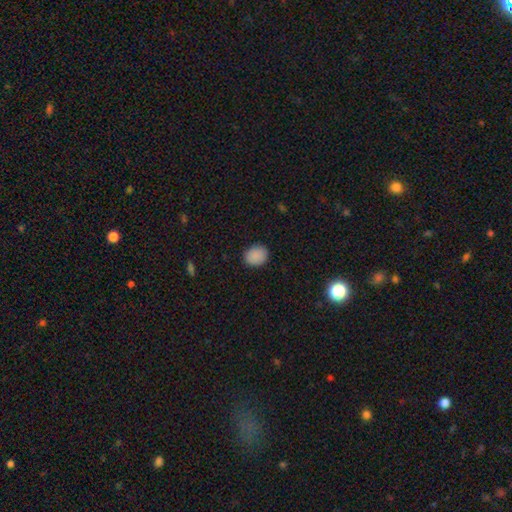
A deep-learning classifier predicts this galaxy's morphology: A smooth galaxy with no disk features (89%) that is round (54%). Merging: none (89%).